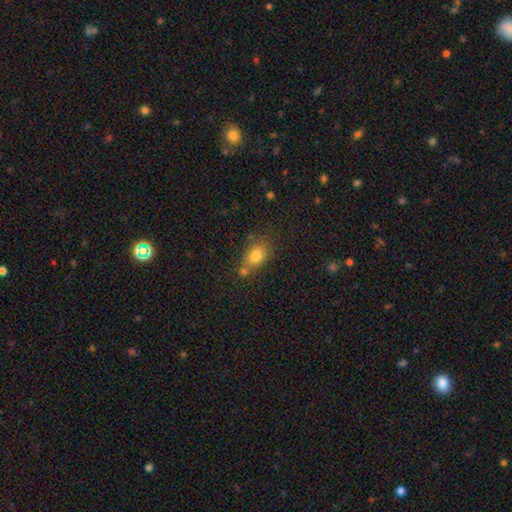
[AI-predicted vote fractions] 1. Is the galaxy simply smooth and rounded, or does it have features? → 78% smooth, 11% star or artifact, 11% featured or disk.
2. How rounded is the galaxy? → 75% in between, 21% round, 3% cigar-shaped.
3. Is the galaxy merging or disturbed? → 55% none, 21% merger, 18% minor disturbance, 6% major disturbance.